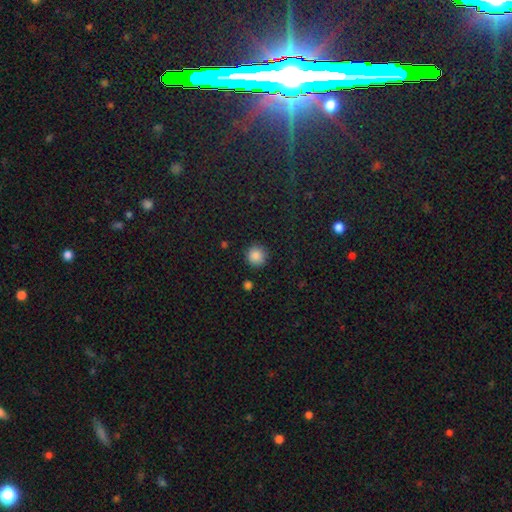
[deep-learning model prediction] Smooth or featured? Predicted: smooth (p=0.86). How rounded? Predicted: round (p=0.94). Merging? Predicted: none (p=0.89).